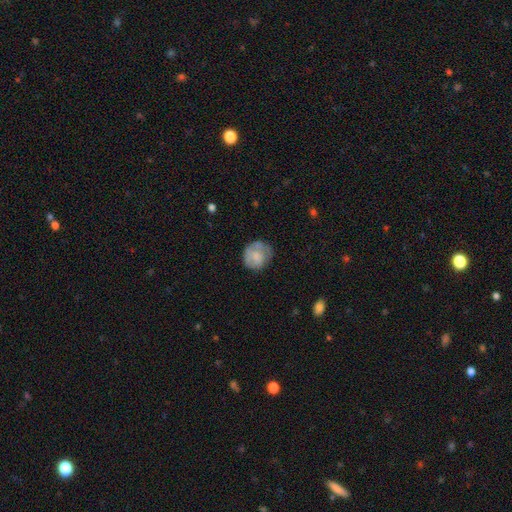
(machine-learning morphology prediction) A smooth galaxy with no disk features (63%) that is round (77%). Merging: none (59%).